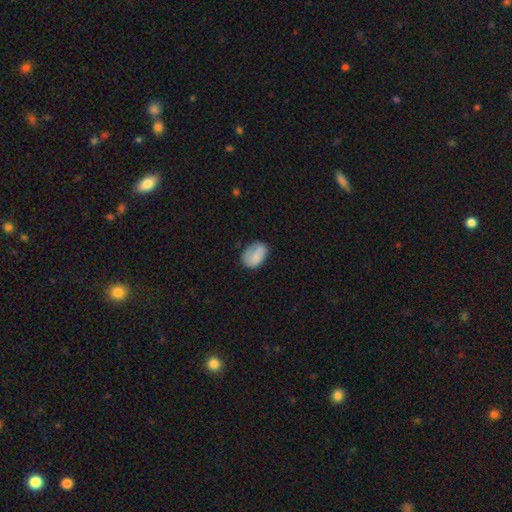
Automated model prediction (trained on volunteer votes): Smooth or featured? Predicted: smooth (p=0.80). How rounded? Predicted: in between (p=0.82). Merging? Predicted: none (p=0.67).